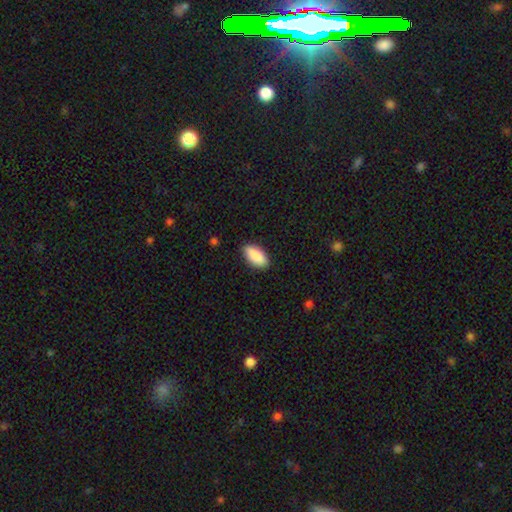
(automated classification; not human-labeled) This appears to be a smooth galaxy with no disk features (89%) that is in between round and cigar-shaped (90%). Merging: none (88%).